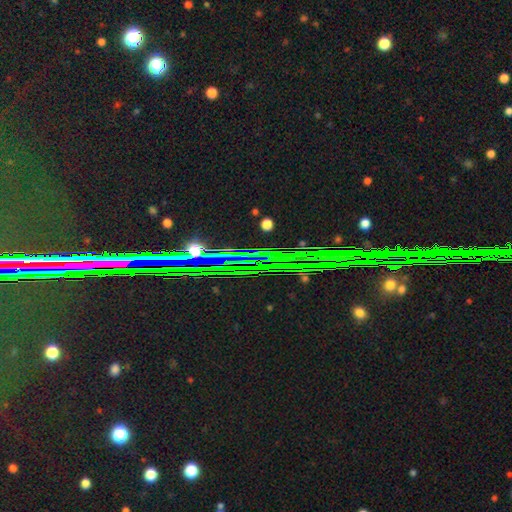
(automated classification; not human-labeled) smooth_or_featured: star or artifact (p=0.84) [alt: featured or disk p=0.09]